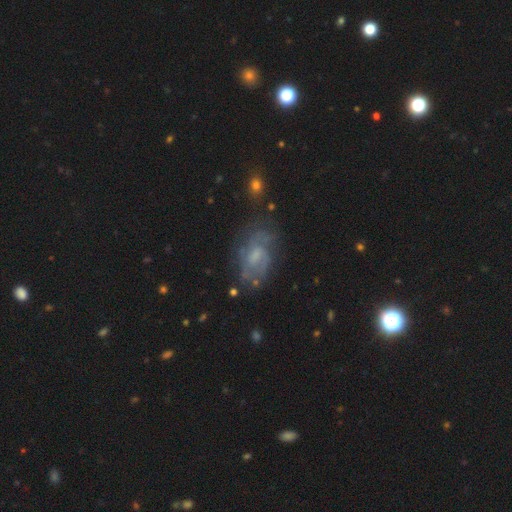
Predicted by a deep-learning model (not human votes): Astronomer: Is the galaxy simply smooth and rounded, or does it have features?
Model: featured or disk — 65%.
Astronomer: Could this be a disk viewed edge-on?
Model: no — 96%.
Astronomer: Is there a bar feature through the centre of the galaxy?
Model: no — 47% (runner-up: weak, 45%).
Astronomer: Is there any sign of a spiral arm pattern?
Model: yes — 79%.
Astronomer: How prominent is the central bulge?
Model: small — 37% (runner-up: moderate, 33%).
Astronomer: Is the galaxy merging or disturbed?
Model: none — 60%.